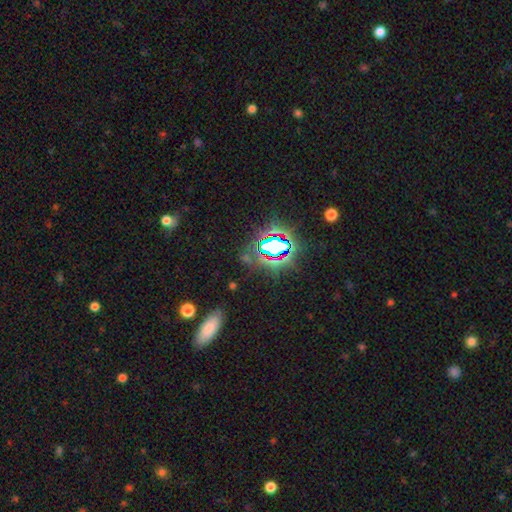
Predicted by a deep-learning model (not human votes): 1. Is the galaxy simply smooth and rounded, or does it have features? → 72% star or artifact, 18% smooth, 10% featured or disk.